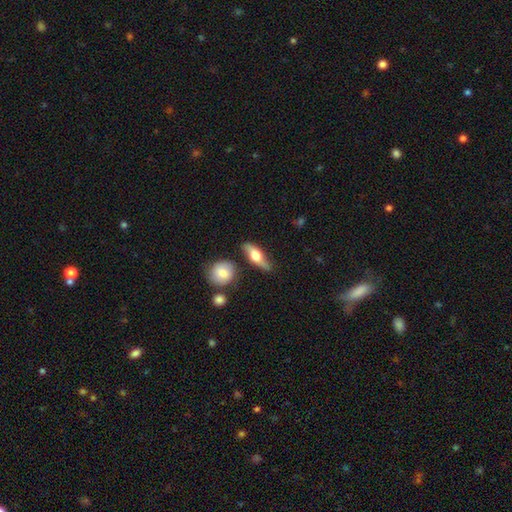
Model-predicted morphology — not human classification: Smooth or featured?
  - featured or disk: 48% *
  - smooth: 46%
  - star or artifact: 6%
Merging?
  - none: 74% *
  - minor disturbance: 17%
  - merger: 5%
  - major disturbance: 4%